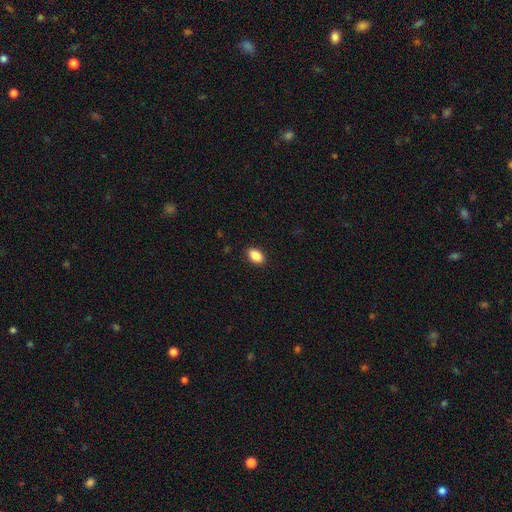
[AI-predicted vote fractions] smooth 88%, star or artifact 8%, featured or disk 4%. Down the decision tree: how rounded — in between (89%); merging — none (90%).